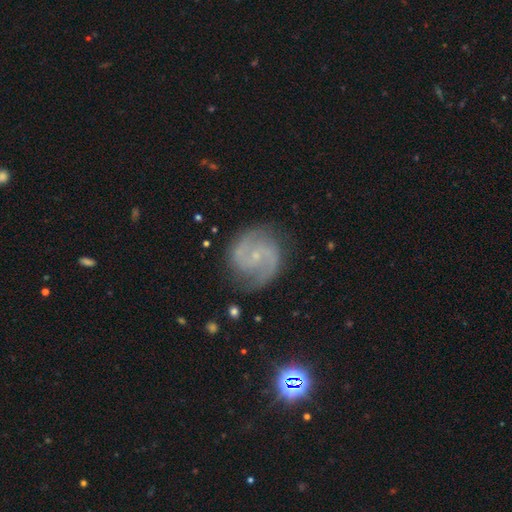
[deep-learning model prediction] This appears to be a featured or disk galaxy (87%) with no bar (53%), 2 (90%) medium (57%) spiral arms (97%) and a small central bulge (80%). Merging: none (81%).